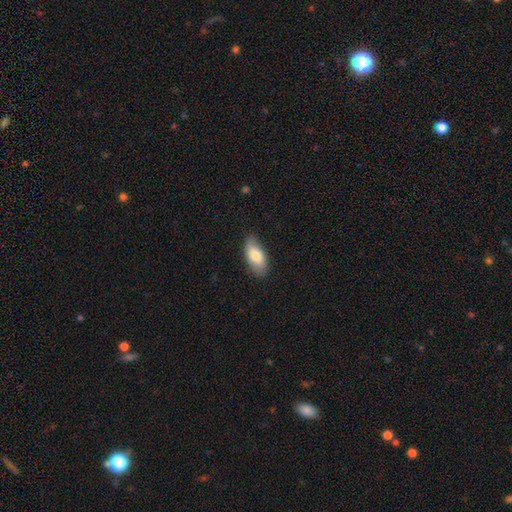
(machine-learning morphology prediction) Smooth or featured? Predicted: smooth (p=0.78). How rounded? Predicted: in between (p=0.87). Merging? Predicted: none (p=0.82).